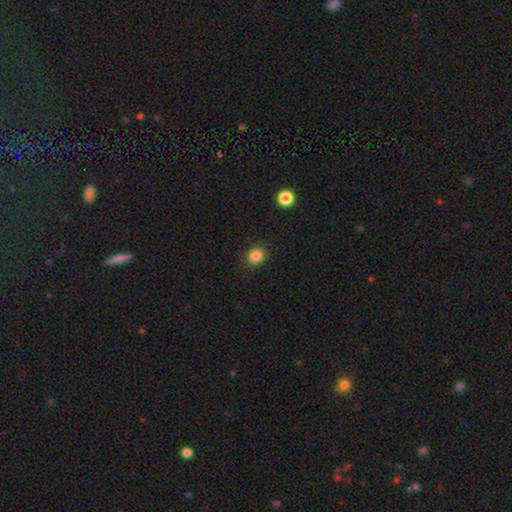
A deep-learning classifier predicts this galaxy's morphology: smooth-or-featured: smooth: 84% | star or artifact: 12% | featured or disk: 4%
  how-rounded: round: 80% | in between: 19% | cigar-shaped: 1%
  merging: none: 88% | minor disturbance: 9% | major disturbance: 2% | merger: 1%